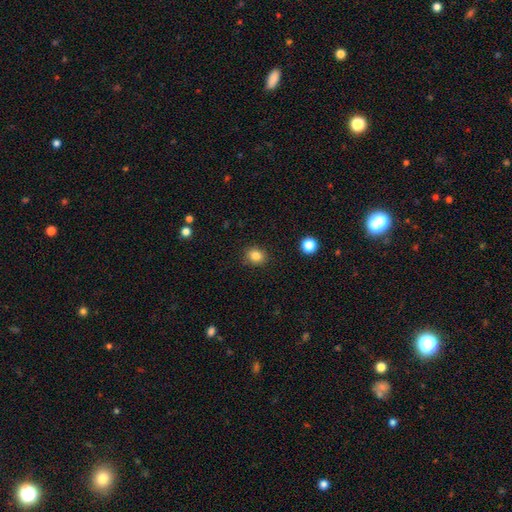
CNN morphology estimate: smooth 84%, star or artifact 11%, featured or disk 5%. Down the decision tree: how rounded — round (69%); merging — none (87%).